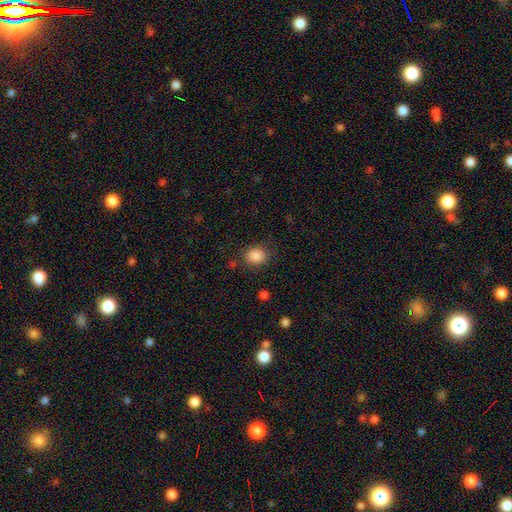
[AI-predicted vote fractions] A smooth galaxy with no disk features (87%) that is round (70%). Merging: none (84%).